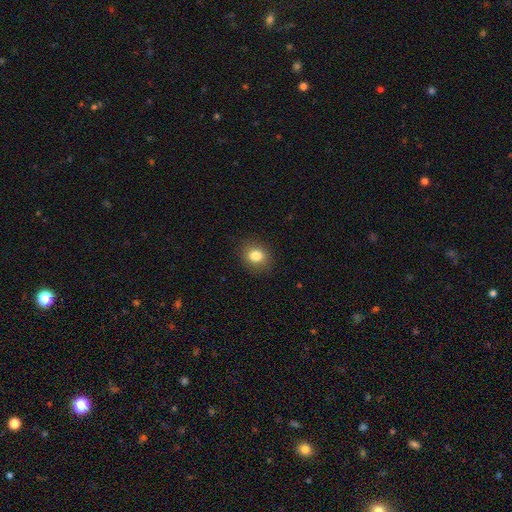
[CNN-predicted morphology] Smooth or featured?
  - smooth: 82% *
  - star or artifact: 11%
  - featured or disk: 7%
How rounded?
  - round: 62% *
  - in between: 37%
  - cigar-shaped: 1%
Merging?
  - none: 88% *
  - minor disturbance: 9%
  - major disturbance: 3%
  - merger: 1%